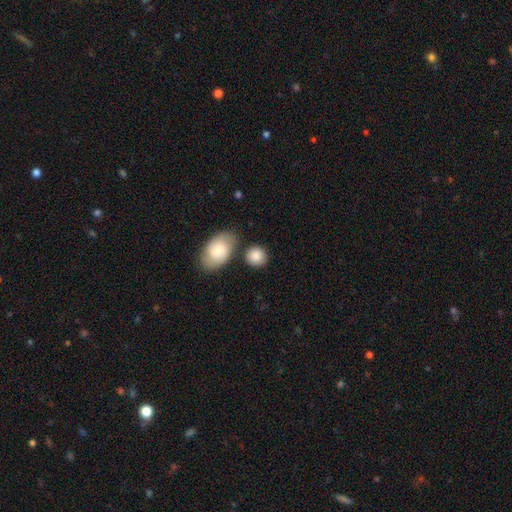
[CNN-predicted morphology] Smooth or featured?
  - smooth: 87% *
  - featured or disk: 7%
  - star or artifact: 6%
How rounded?
  - round: 77% *
  - in between: 22%
  - cigar-shaped: 1%
Merging?
  - none: 71% *
  - merger: 14%
  - minor disturbance: 12%
  - major disturbance: 4%